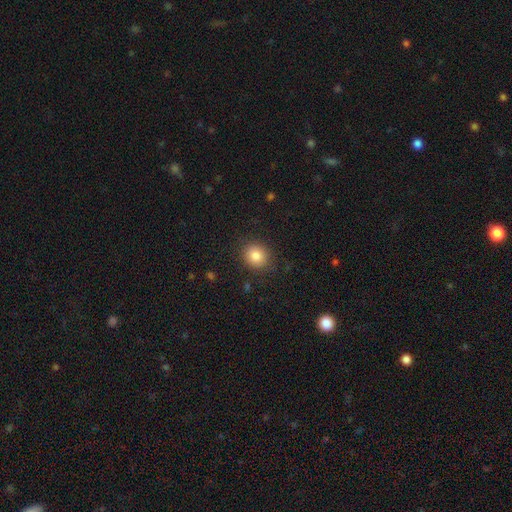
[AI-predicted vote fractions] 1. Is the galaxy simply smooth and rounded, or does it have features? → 84% smooth, 10% star or artifact, 6% featured or disk.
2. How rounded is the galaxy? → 76% round, 24% in between, 1% cigar-shaped.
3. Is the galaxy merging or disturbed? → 87% none, 9% minor disturbance, 3% major disturbance, 1% merger.